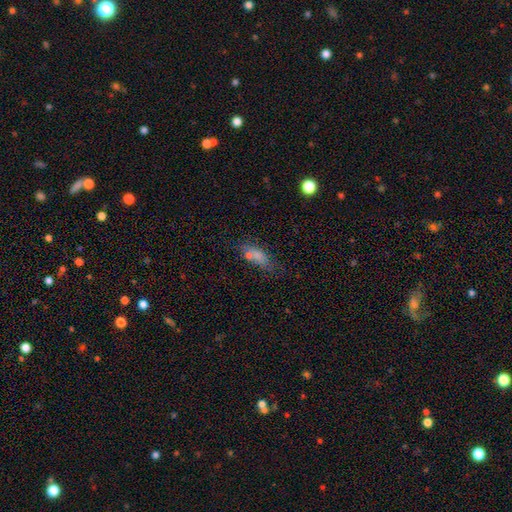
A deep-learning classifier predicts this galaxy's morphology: Smooth or featured?
  - smooth: 57% *
  - star or artifact: 23%
  - featured or disk: 20%
How rounded?
  - in between: 57% *
  - cigar-shaped: 34%
  - round: 9%
Merging?
  - none: 57% *
  - minor disturbance: 20%
  - merger: 13%
  - major disturbance: 11%